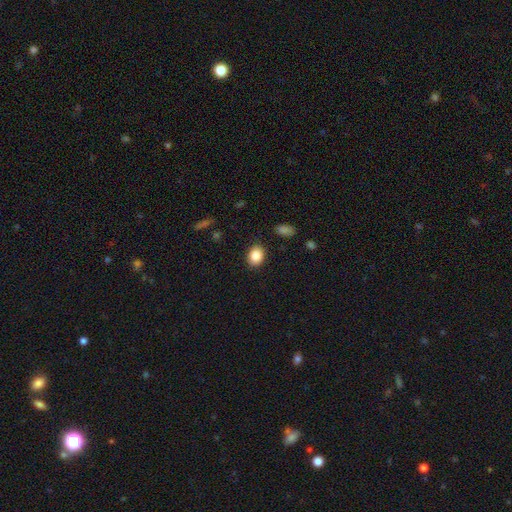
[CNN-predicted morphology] Smooth or featured? smooth (87%)
How rounded? in between (65%)
Merging? none (87%)